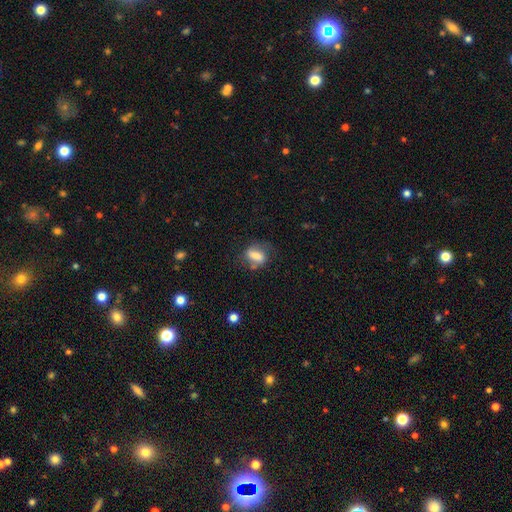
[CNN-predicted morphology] smooth 64%, featured or disk 27%, star or artifact 9%. Down the decision tree: how rounded — in between (73%); merging — none (55%).